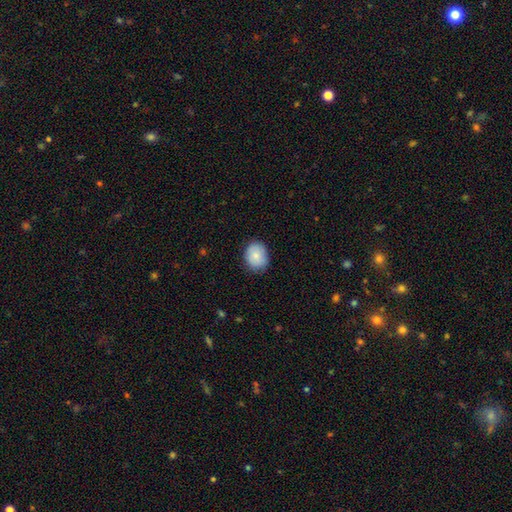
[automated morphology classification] smooth-or-featured: smooth: 84% | featured or disk: 9% | star or artifact: 7%
  how-rounded: in between: 52% | round: 47% | cigar-shaped: 1%
  merging: none: 80% | minor disturbance: 16% | major disturbance: 3% | merger: 1%